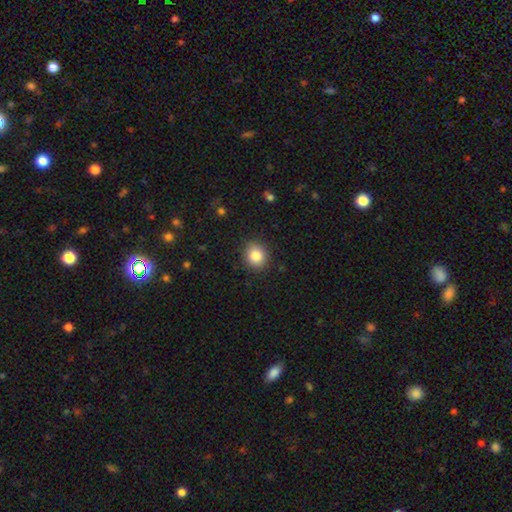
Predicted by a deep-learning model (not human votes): This appears to be a smooth galaxy with no disk features (84%) that is round (79%). Merging: none (89%).